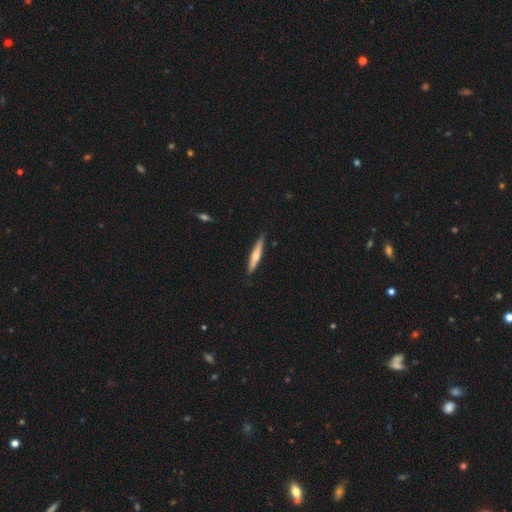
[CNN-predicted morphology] Q: Smooth or featured?
A: smooth (49%); runner-up: featured or disk (46%)
Q: Merging?
A: none (88%); runner-up: minor disturbance (9%)